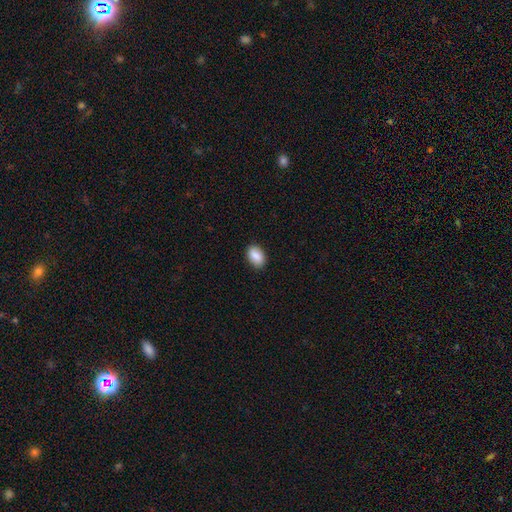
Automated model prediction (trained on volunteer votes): Smooth or featured: smooth — 89% (star or artifact — 7%)
How rounded: in between — 89% (round — 10%)
Merging: none — 89% (minor disturbance — 8%)